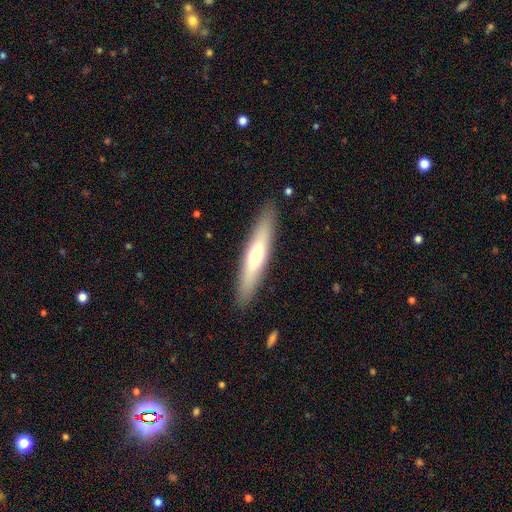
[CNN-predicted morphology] This appears to be a smooth galaxy with no disk features (51%) that is cigar-shaped (88%). Merging: none (90%).